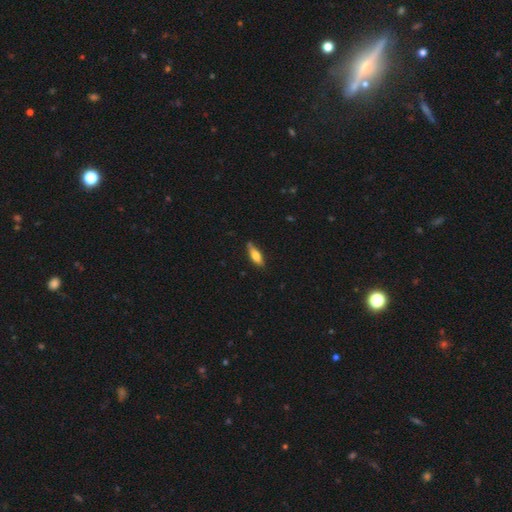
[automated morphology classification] Smooth or featured?
  - smooth: 71% *
  - featured or disk: 23%
  - star or artifact: 6%
How rounded?
  - in between: 60% *
  - cigar-shaped: 38%
  - round: 2%
Merging?
  - none: 75% *
  - minor disturbance: 19%
  - major disturbance: 3%
  - merger: 3%